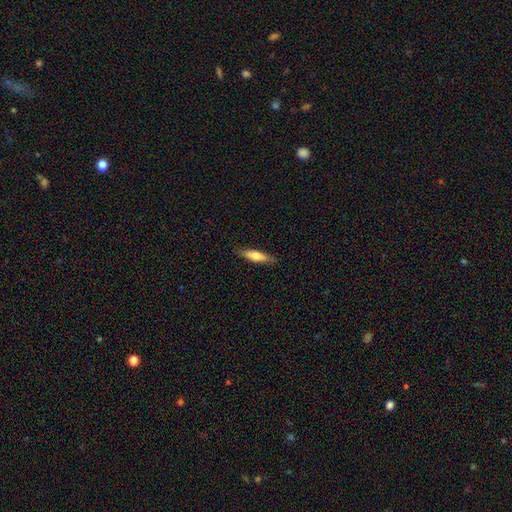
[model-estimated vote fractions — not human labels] Overall: smooth (60%; featured or disk 34%). How rounded: cigar-shaped (65%; in between 33%). Merging: none (85%).